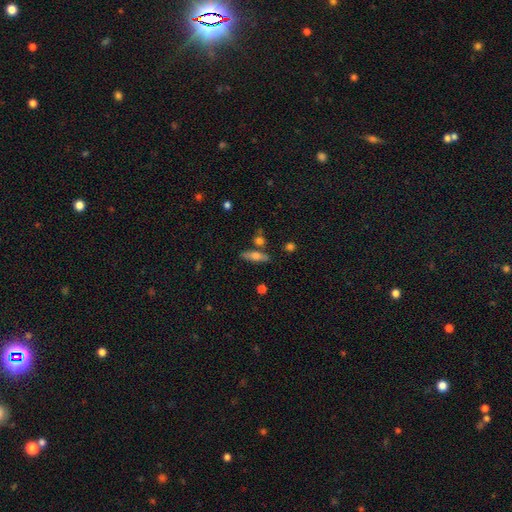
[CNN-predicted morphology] smooth-or-featured: smooth: 65% | featured or disk: 27% | star or artifact: 8%
  how-rounded: cigar-shaped: 55% | in between: 42% | round: 4%
  merging: none: 73% | minor disturbance: 13% | merger: 10% | major disturbance: 4%